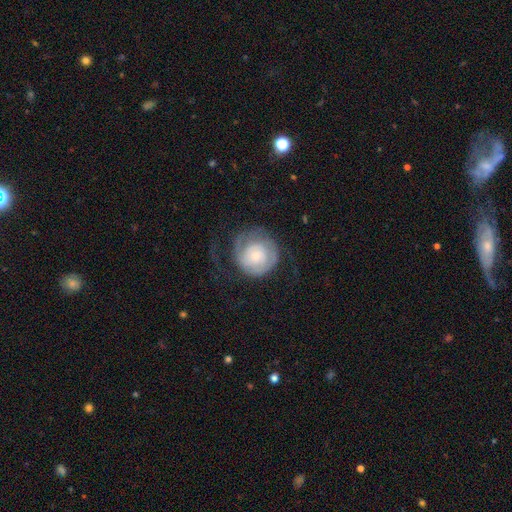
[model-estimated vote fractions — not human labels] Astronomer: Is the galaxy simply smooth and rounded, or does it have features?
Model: featured or disk — 59% (runner-up: smooth, 34%).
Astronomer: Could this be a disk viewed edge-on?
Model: no — 98%.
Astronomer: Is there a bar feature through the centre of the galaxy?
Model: no — 80%.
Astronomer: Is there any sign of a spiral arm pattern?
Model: yes — 77%.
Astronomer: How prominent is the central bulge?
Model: small — 50% (runner-up: moderate, 36%).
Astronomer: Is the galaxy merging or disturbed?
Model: none — 46% (runner-up: major disturbance, 32%).